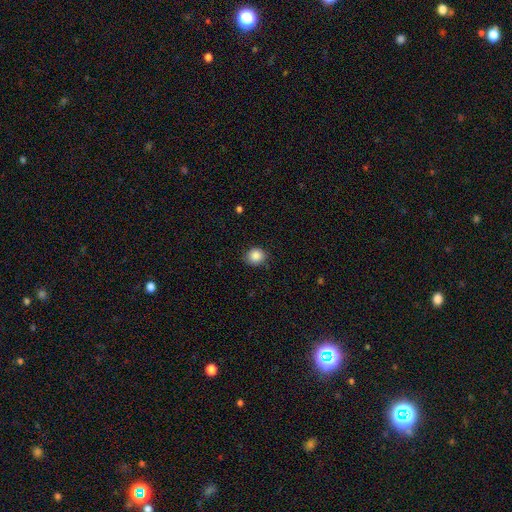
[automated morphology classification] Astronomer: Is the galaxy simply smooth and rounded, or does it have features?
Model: smooth — 87%.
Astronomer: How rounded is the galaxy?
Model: round — 77%.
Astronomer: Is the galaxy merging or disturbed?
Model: none — 83%.